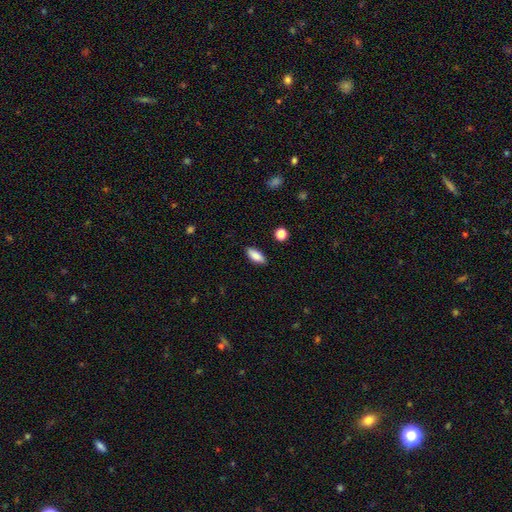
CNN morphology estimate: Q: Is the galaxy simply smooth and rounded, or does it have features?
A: smooth — 86%.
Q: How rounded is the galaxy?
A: in between — 81%.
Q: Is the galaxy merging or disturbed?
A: none — 87%.